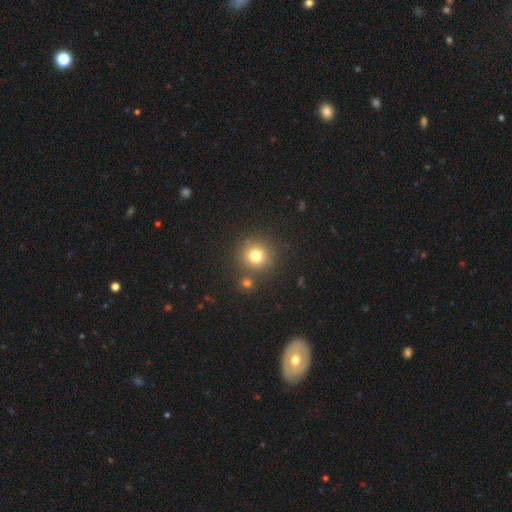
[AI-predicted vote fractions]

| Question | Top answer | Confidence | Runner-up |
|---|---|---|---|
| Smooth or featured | smooth | 77% | star or artifact (14%) |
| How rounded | round | 93% | in between (6%) |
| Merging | none | 80% | merger (10%) |